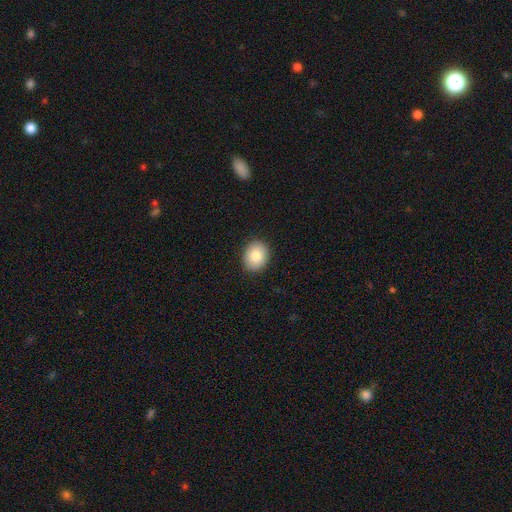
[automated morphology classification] Smooth or featured: smooth — 83% (featured or disk — 9%)
How rounded: round — 57% (in between — 42%)
Merging: none — 90% (minor disturbance — 7%)